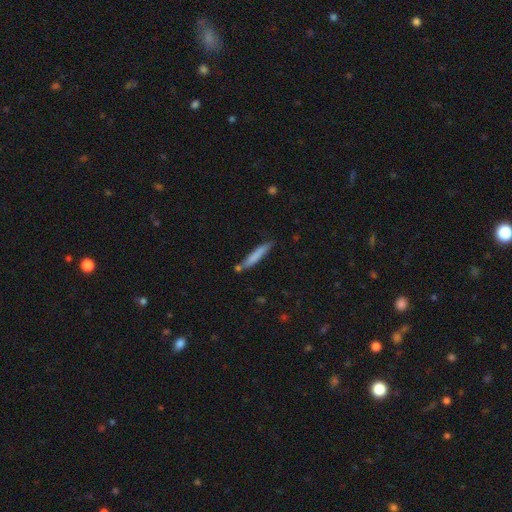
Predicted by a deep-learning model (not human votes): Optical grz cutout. It shows a smooth galaxy with no disk features (75%) that is cigar-shaped (93%). Merging: none (76%).